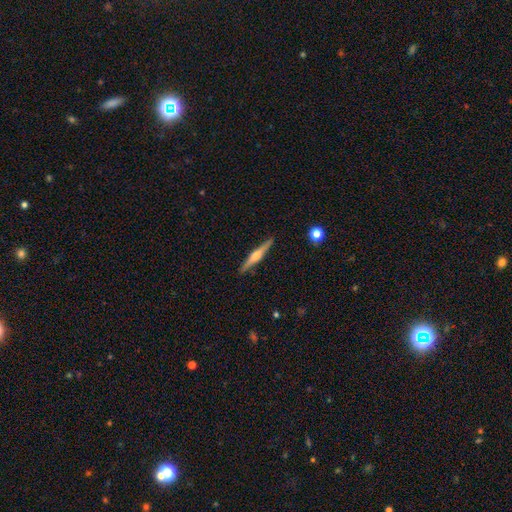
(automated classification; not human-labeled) This is likely a featured or disk galaxy (69%). It is clearly viewed edge-on (98%). Edge-on bulge: clearly rounded (88%). Merging: clearly none (91%).